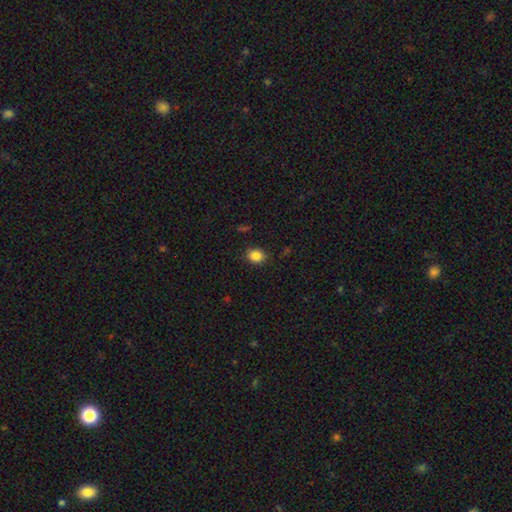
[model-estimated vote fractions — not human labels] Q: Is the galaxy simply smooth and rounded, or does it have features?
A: smooth — 85%.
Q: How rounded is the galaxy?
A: round — 65%.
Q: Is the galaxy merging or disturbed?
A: none — 85%.